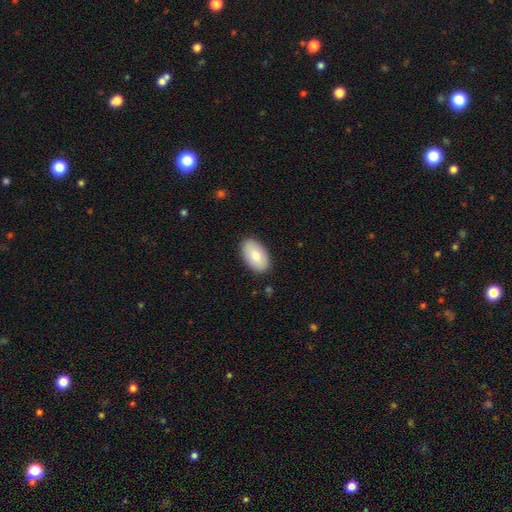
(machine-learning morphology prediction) Q: Smooth or featured?
A: smooth (81%); runner-up: featured or disk (14%)
Q: How rounded?
A: in between (94%); runner-up: round (5%)
Q: Merging?
A: none (88%); runner-up: minor disturbance (9%)